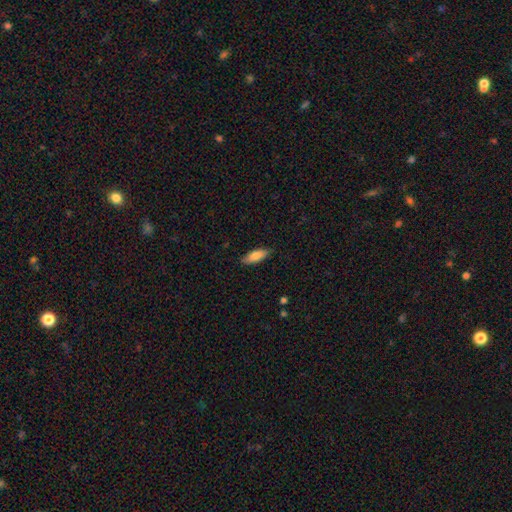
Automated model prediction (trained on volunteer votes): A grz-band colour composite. It shows a smooth galaxy with no disk features (81%) that is in between round and cigar-shaped (64%). Merging: none (87%).